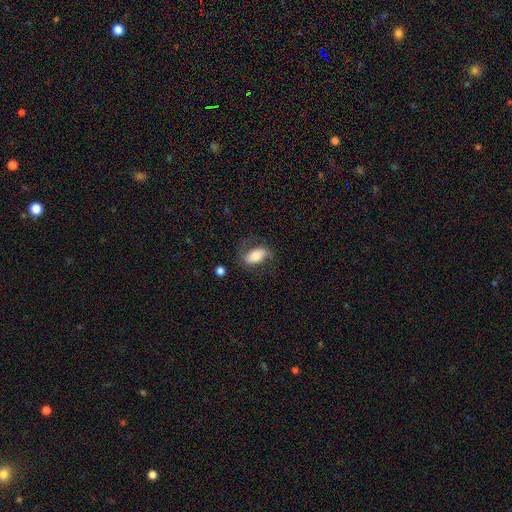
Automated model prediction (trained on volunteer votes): smooth-or-featured: smooth: 56% | featured or disk: 37% | star or artifact: 7%
  how-rounded: in between: 89% | round: 6% | cigar-shaped: 4%
  merging: none: 64% | minor disturbance: 20% | major disturbance: 14% | merger: 2%